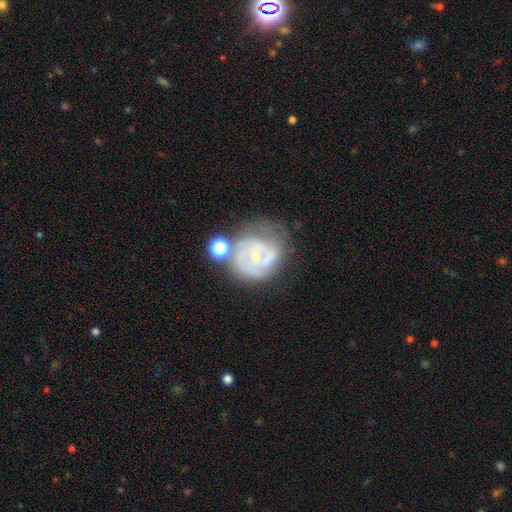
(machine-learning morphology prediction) Smooth or featured? Predicted: featured or disk (p=0.69). Edge-on disk? Predicted: no (p=0.98). Bar? Predicted: no (p=0.70). Spiral arms? Predicted: yes (p=0.69). Bulge size? Predicted: small (p=0.69). Merging? Predicted: none (p=0.41).